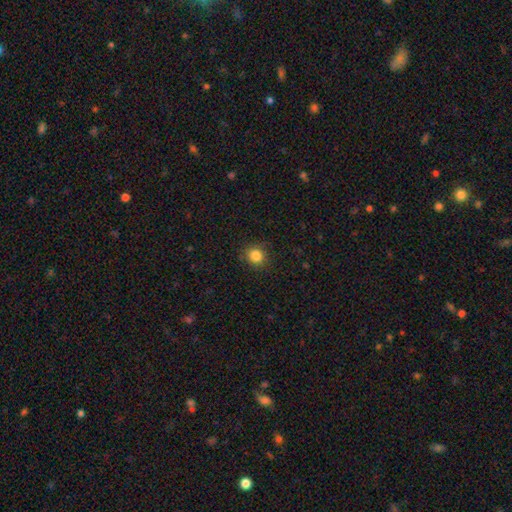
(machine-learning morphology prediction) smooth 84%, star or artifact 12%, featured or disk 4%. Down the decision tree: how rounded — round (87%); merging — none (86%).